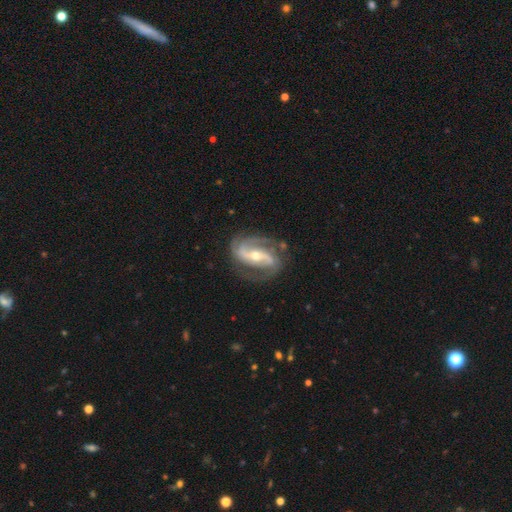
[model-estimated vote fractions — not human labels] Q: Smooth or featured?
A: featured or disk (90%); runner-up: smooth (5%)
Q: Edge-on disk?
A: no (96%); runner-up: yes (4%)
Q: Bar?
A: strong (51%); runner-up: weak (28%)
Q: Spiral arms?
A: yes (97%); runner-up: no (3%)
Q: Spiral winding?
A: medium (49%); runner-up: tight (29%)
Q: Spiral arm count?
A: 2 (80%); runner-up: 3 (10%)
Q: Bulge size?
A: moderate (50%); runner-up: small (46%)
Q: Merging?
A: none (75%); runner-up: minor disturbance (16%)